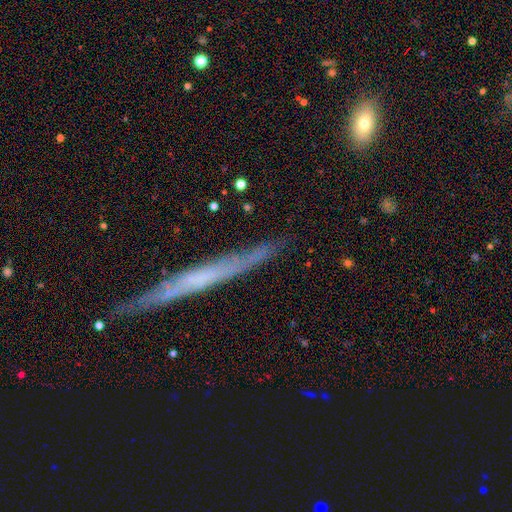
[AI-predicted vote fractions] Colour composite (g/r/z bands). It shows a featured or disk galaxy (55%) viewed edge-on (88%). Merging: none (79%).